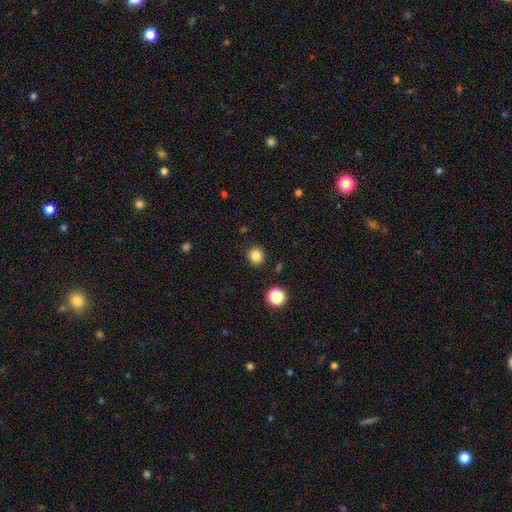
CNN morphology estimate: This is clearly a smooth galaxy (83%). How rounded: clearly round (87%). Merging: clearly none (90%).